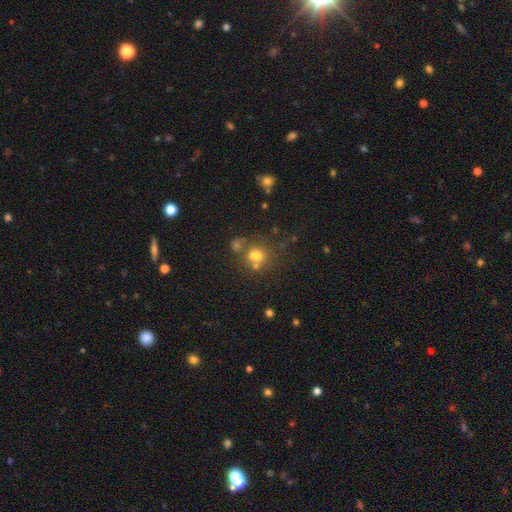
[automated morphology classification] type=smooth (70%); roundness=round (73%); merging=none (53%).